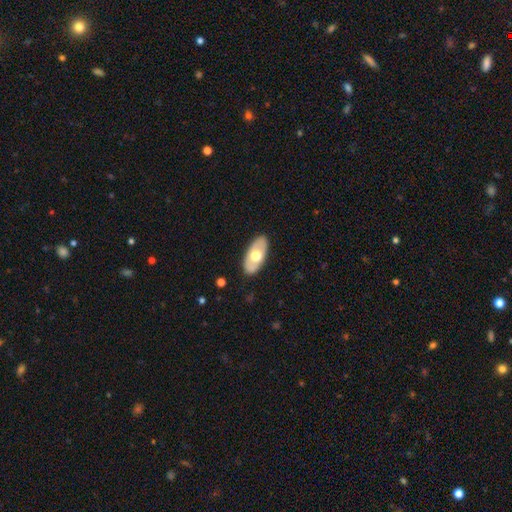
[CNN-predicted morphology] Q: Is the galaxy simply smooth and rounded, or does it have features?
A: smooth — 52%.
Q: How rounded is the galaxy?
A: in between — 92%.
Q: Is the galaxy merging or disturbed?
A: none — 84%.